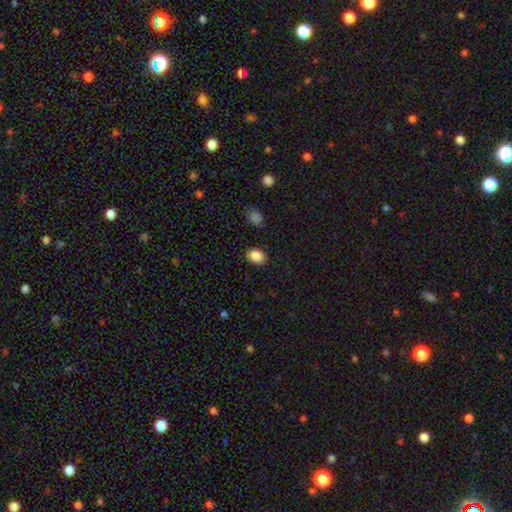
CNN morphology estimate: Smooth or featured? Predicted: smooth (p=0.87). How rounded? Predicted: in between (p=0.66). Merging? Predicted: none (p=0.87).